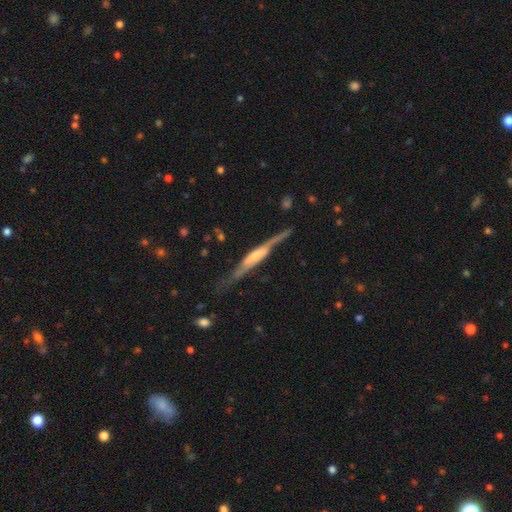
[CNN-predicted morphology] featured or disk 72%, smooth 23%, star or artifact 5%. Down the decision tree: edge-on disk — yes (85%); edge-on bulge — boxy (52%); merging — none (60%).